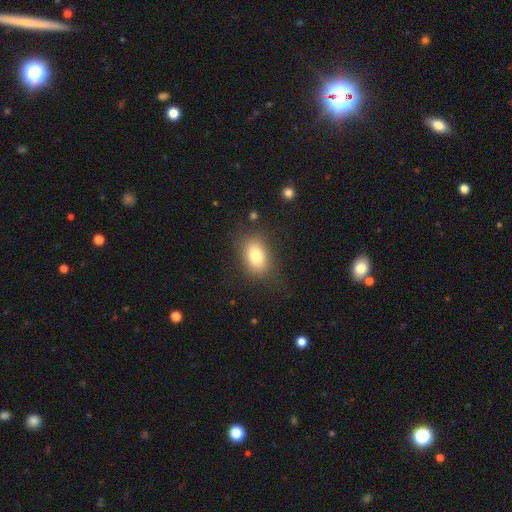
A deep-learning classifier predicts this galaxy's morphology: A smooth galaxy with no disk features (80%) that is in between round and cigar-shaped (81%). Merging: none (78%).